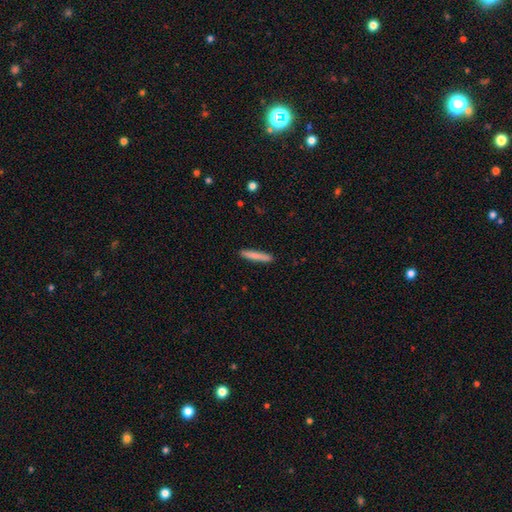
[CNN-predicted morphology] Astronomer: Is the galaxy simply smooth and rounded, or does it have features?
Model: smooth — 81%.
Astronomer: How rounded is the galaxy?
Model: cigar-shaped — 94%.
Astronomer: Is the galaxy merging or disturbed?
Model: none — 91%.